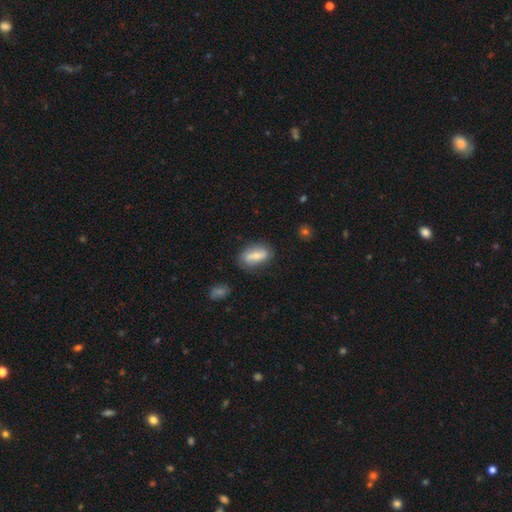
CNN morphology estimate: This appears to be a smooth galaxy with no disk features (57%) that is in between round and cigar-shaped (81%). Merging: none (77%).